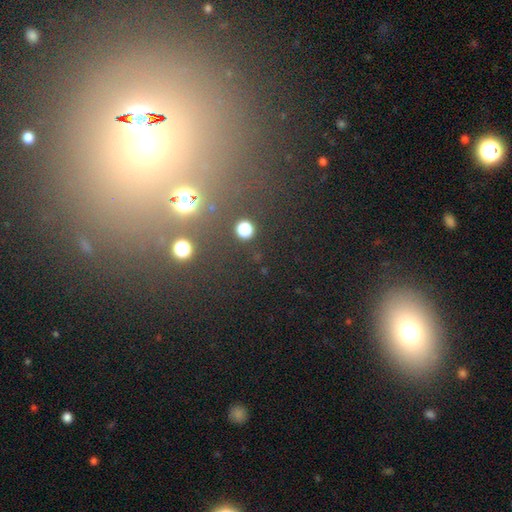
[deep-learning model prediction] Overall: star or artifact (48%; smooth 37%).